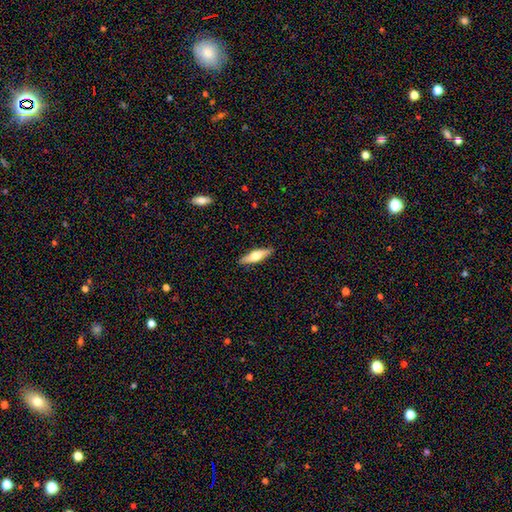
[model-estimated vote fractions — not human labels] smooth-or-featured: smooth: 55% | featured or disk: 40% | star or artifact: 6%
  how-rounded: cigar-shaped: 57% | in between: 40% | round: 2%
  merging: none: 89% | minor disturbance: 8% | major disturbance: 2% | merger: 1%